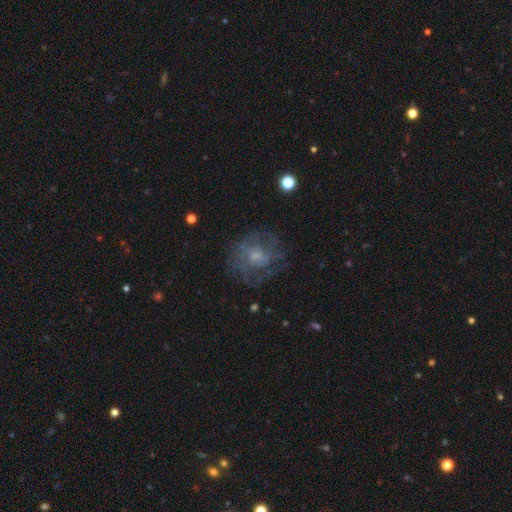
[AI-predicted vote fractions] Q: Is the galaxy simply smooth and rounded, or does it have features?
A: featured or disk — 62%.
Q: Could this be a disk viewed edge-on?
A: no — 97%.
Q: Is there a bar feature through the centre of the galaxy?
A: no — 76%.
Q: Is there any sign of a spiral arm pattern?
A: yes — 67%.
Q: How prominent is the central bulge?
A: small — 38%.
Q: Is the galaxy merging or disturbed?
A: none — 69%.